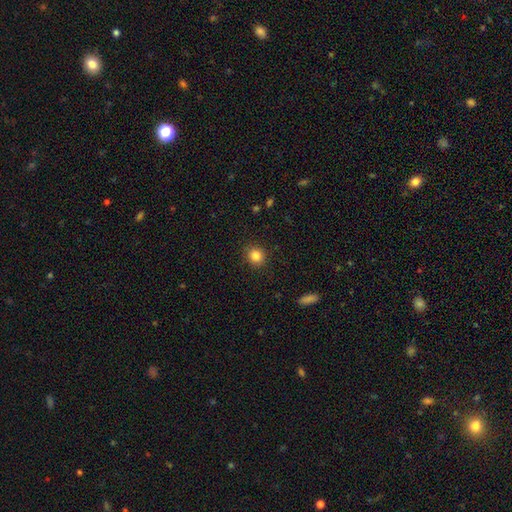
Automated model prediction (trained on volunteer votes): Smooth or featured? smooth (85%)
How rounded? round (79%)
Merging? none (89%)